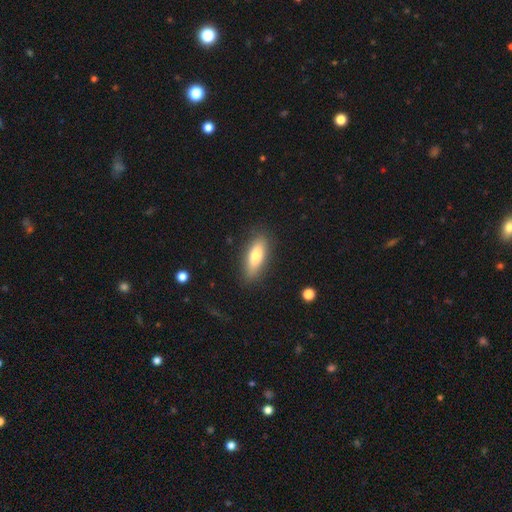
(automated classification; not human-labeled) Smooth or featured? smooth (74%)
How rounded? in between (60%)
Merging? none (84%)